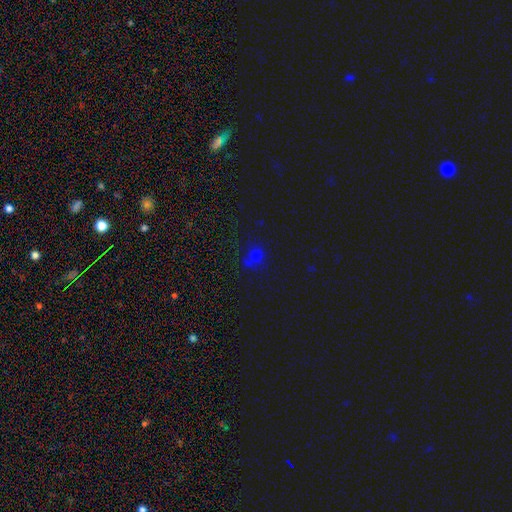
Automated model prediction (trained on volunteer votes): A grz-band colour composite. It shows a smooth galaxy with no disk features (60%) that is round (77%). Merging: none (61%).